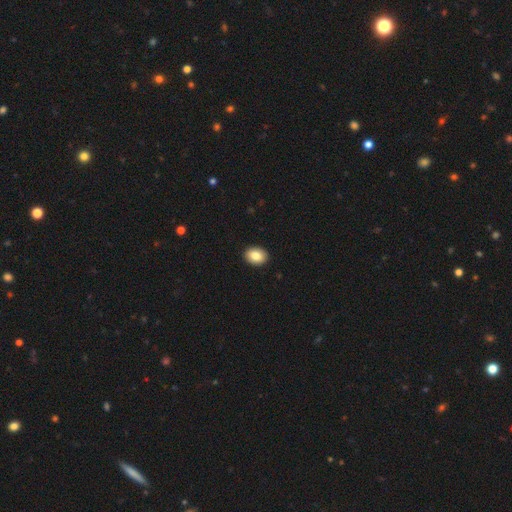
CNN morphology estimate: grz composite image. It shows a smooth galaxy with no disk features (84%) that is in between round and cigar-shaped (71%). Merging: none (92%).